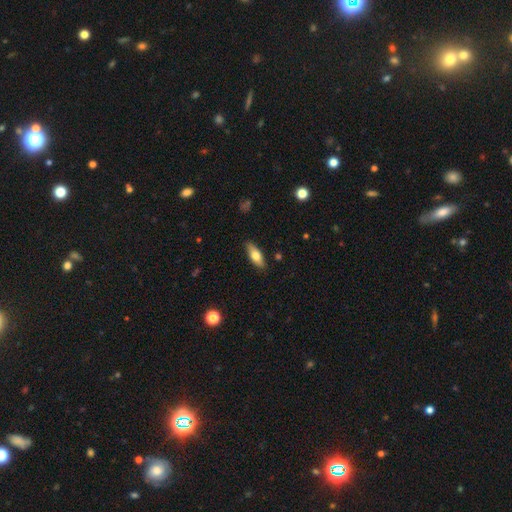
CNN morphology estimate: smooth_or_featured: smooth (p=0.68) [alt: featured or disk p=0.26]
how_rounded: in between (p=0.68) [alt: cigar-shaped p=0.29]
merging: none (p=0.84) [alt: minor disturbance p=0.13]